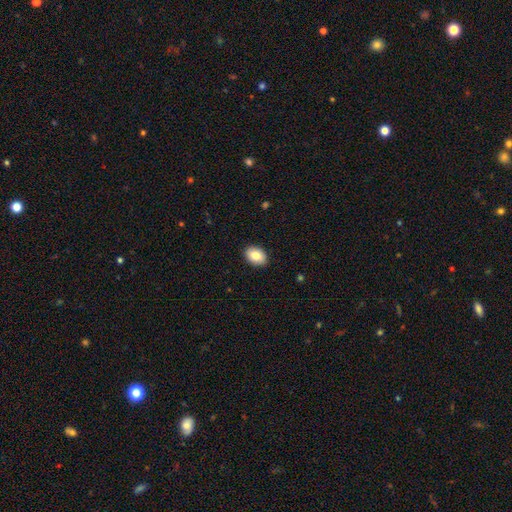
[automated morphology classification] A smooth galaxy with no disk features (84%) that is in between round and cigar-shaped (80%).

Vote fractions:
- Smooth or featured? smooth: 84% / featured or disk: 9% / star or artifact: 7%
- How rounded? in between: 80% / round: 19% / cigar-shaped: 1%
- Merging? none: 90% / minor disturbance: 8% / major disturbance: 2% / merger: 1%